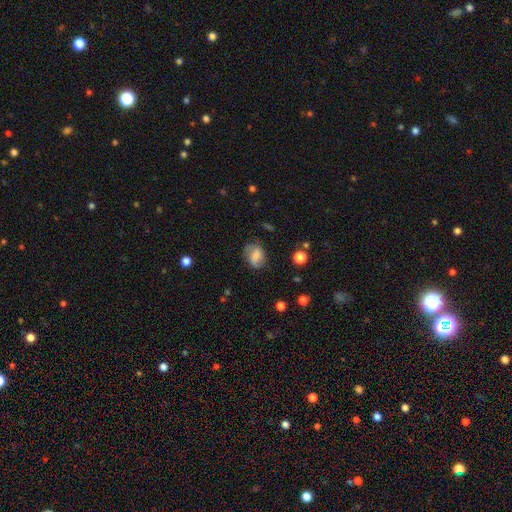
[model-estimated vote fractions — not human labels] Smooth or featured? Predicted: smooth (p=0.56). How rounded? Predicted: in between (p=0.58). Merging? Predicted: none (p=0.64).